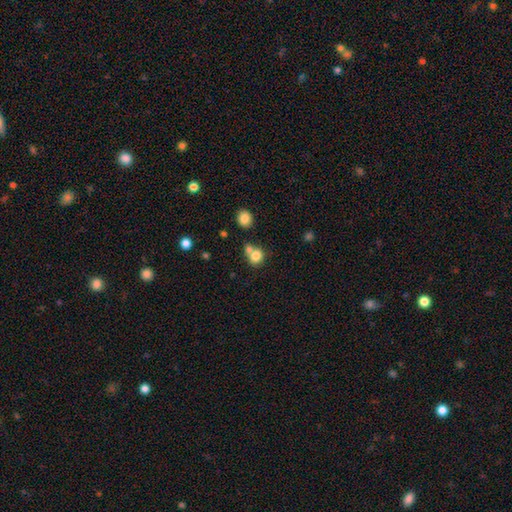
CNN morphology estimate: smooth_or_featured: smooth (p=0.80) [alt: star or artifact p=0.11]
how_rounded: round (p=0.75) [alt: in between p=0.24]
merging: none (p=0.45) [alt: merger p=0.42]